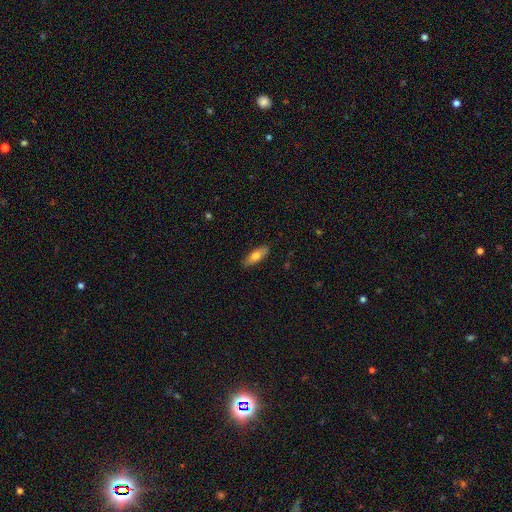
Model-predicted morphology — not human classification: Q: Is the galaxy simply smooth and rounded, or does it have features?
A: smooth — 72%.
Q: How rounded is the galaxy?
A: in between — 61%.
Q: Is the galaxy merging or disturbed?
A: none — 86%.